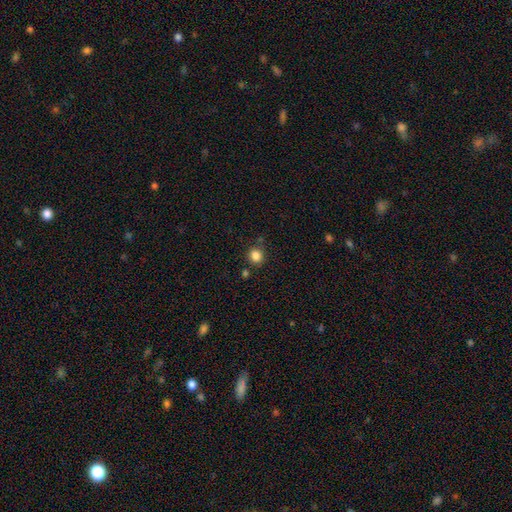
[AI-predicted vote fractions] This is clearly a smooth galaxy (84%). How rounded: clearly round (86%). Merging: clearly none (81%).